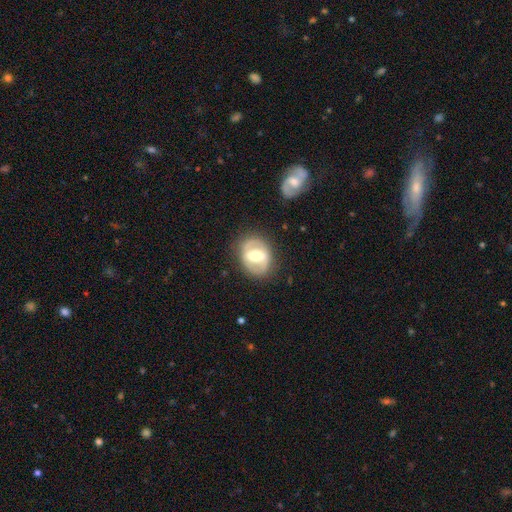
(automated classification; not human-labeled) Smooth or featured?
  - featured or disk: 65% *
  - smooth: 29%
  - star or artifact: 6%
Edge-on disk?
  - no: 94% *
  - yes: 6%
Bar?
  - strong: 56% *
  - weak: 31%
  - no: 13%
Spiral arms?
  - no: 53% *
  - yes: 47%
Bulge size?
  - moderate: 54% *
  - large: 28%
  - small: 13%
  - dominant: 3%
  - none: 3%
Merging?
  - none: 79% *
  - minor disturbance: 13%
  - major disturbance: 6%
  - merger: 2%